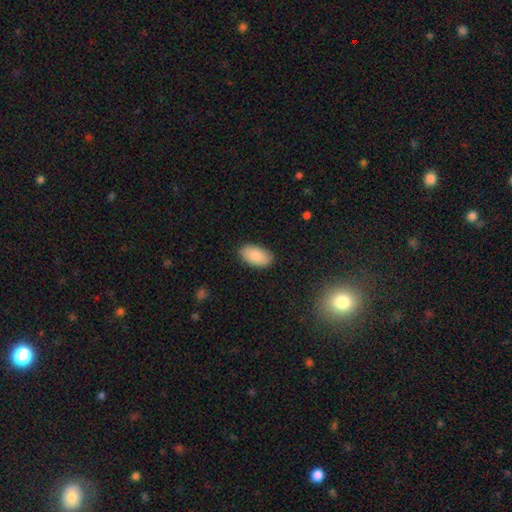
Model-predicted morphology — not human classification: This appears to be a smooth galaxy with no disk features (88%) that is in between round and cigar-shaped (95%). Merging: none (88%).